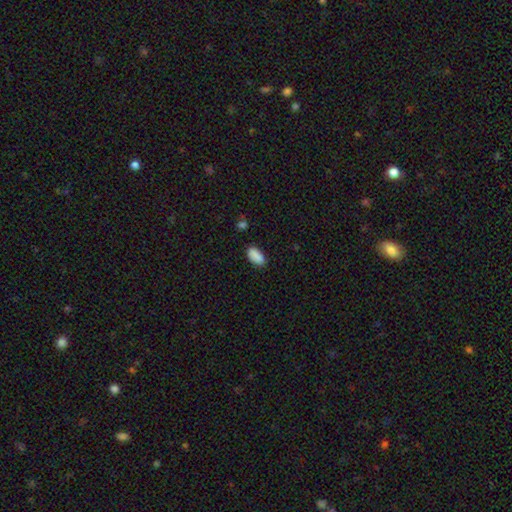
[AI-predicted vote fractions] The model was most divided on "merging": none: 82%, minor disturbance: 13%, major disturbance: 3%, merger: 2%. More confident: how rounded — in between (92%); smooth or featured — smooth (89%).